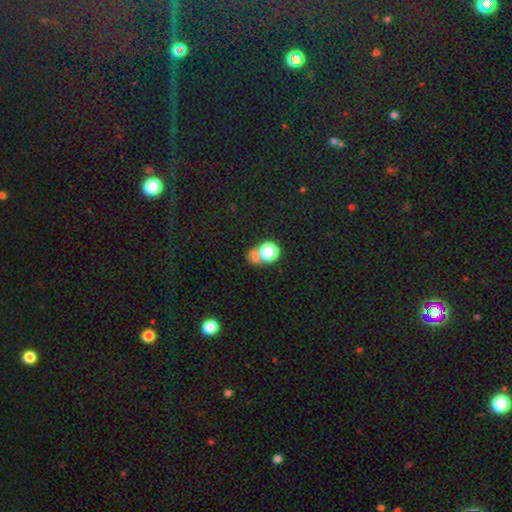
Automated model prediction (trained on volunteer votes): The model was most divided on "smooth or featured": smooth: 55%, star or artifact: 35%, featured or disk: 10%. More confident: how rounded — round (72%); merging — none (59%).